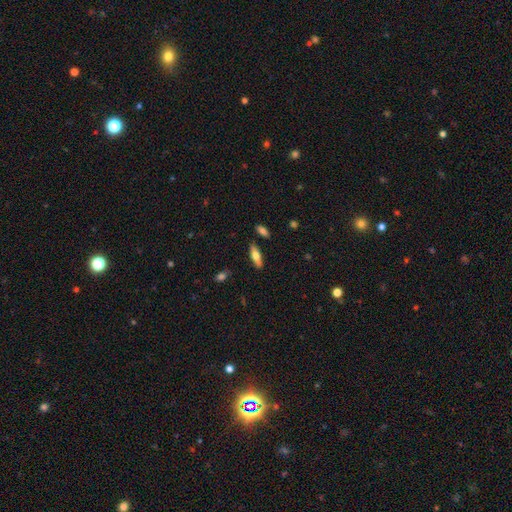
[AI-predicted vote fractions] Smooth or featured? Predicted: smooth (p=0.61). How rounded? Predicted: in between (p=0.52). Merging? Predicted: none (p=0.85).